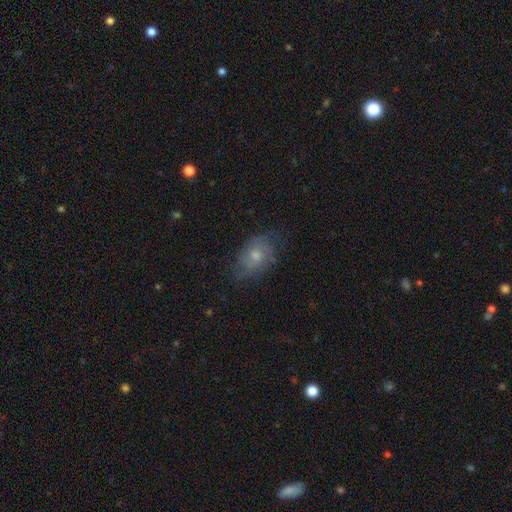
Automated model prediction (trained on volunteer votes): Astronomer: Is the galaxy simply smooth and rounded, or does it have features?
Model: smooth — 46% (runner-up: featured or disk, 43%).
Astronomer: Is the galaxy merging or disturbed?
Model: none — 63%.